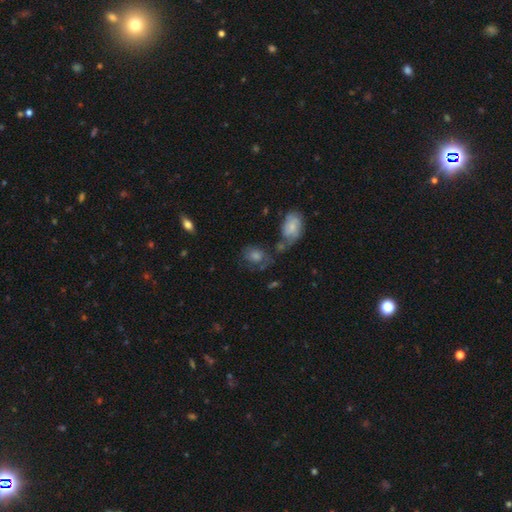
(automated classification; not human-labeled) A smooth galaxy with no disk features (45%). Merging: none (45%).